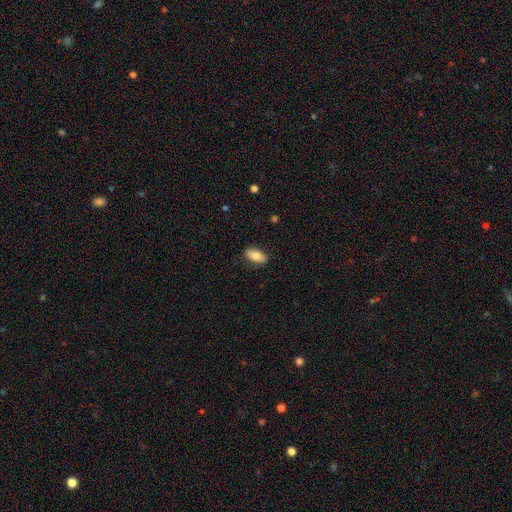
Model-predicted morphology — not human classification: A smooth galaxy with no disk features (80%) that is in between round and cigar-shaped (91%). Merging: none (88%).